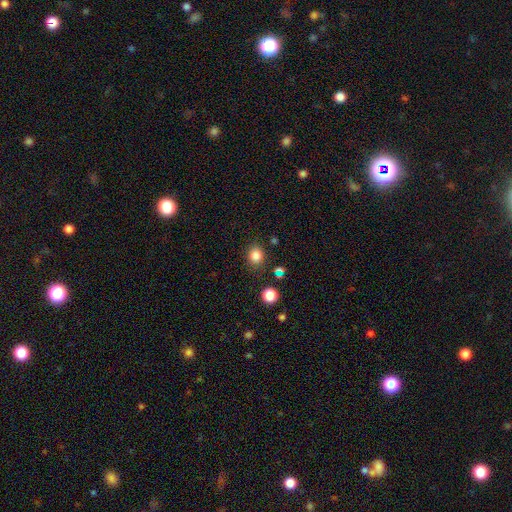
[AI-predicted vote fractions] smooth 84%, star or artifact 12%, featured or disk 5%. Down the decision tree: how rounded — round (62%); merging — none (83%).